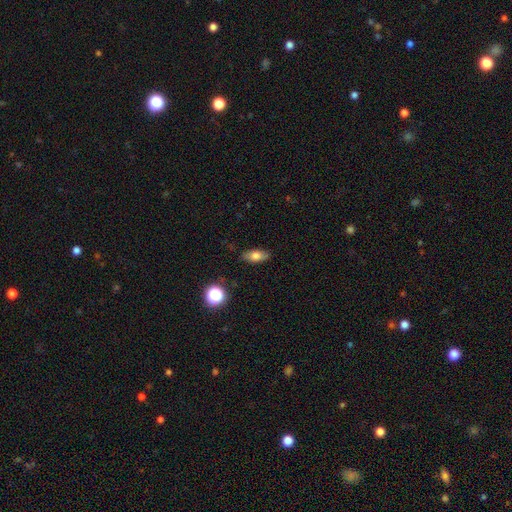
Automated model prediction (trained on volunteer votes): This is likely a smooth galaxy (74%). How rounded: clearly in between (82%). Merging: clearly none (85%).